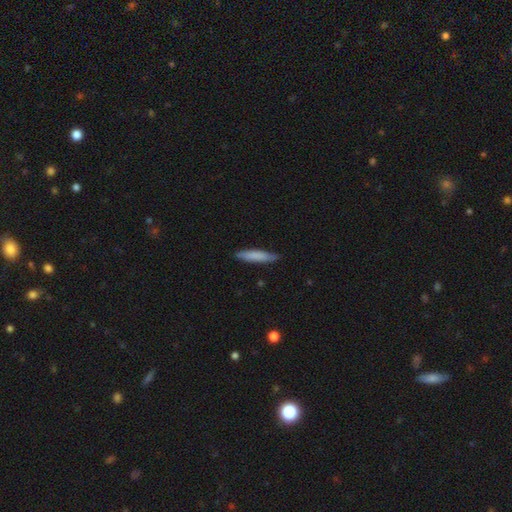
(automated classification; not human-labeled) A smooth galaxy with no disk features (78%) that is cigar-shaped (88%).

Vote fractions:
- Smooth or featured? smooth: 78% / featured or disk: 17% / star or artifact: 5%
- How rounded? cigar-shaped: 88% / in between: 11% / round: 1%
- Merging? none: 84% / minor disturbance: 13% / major disturbance: 2% / merger: 1%